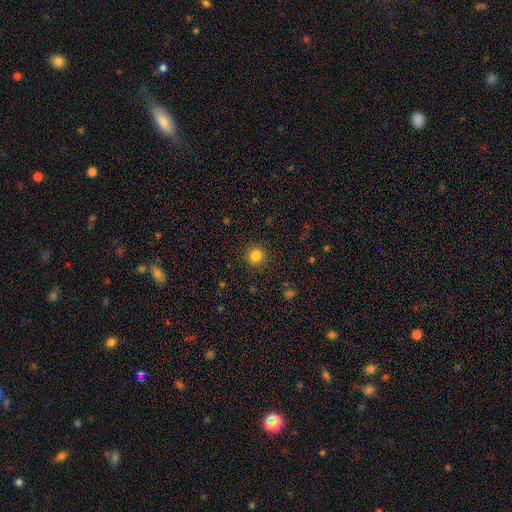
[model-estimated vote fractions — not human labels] Overall: smooth (83%). How rounded: round (93%). Merging: none (91%).